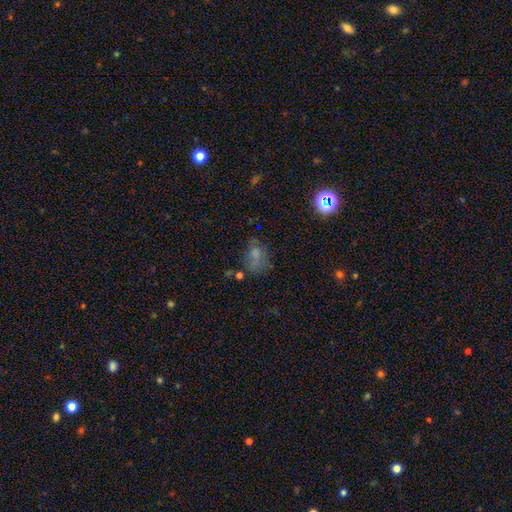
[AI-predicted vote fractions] This is likely a smooth galaxy (60%). How rounded: likely in between (68%). Merging: possibly none (46%).